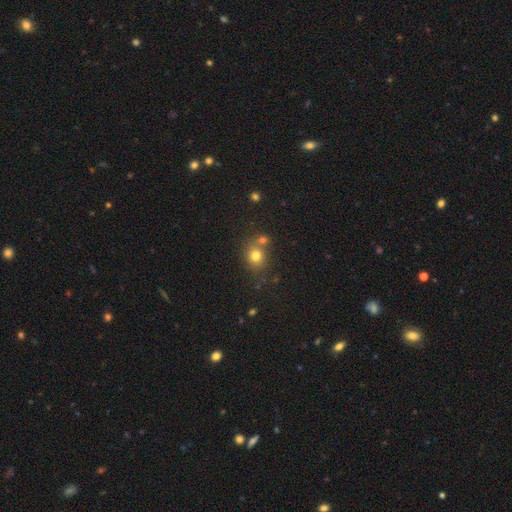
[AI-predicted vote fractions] This is likely a smooth galaxy (76%). How rounded: likely round (76%). Merging: possibly none (57%).